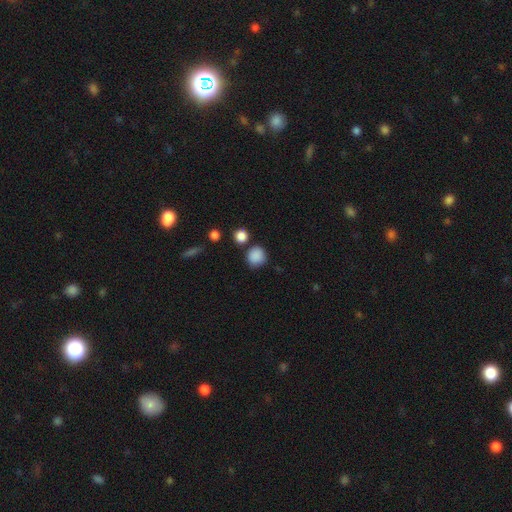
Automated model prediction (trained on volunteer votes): Smooth or featured? smooth (87%)
How rounded? round (88%)
Merging? none (78%)